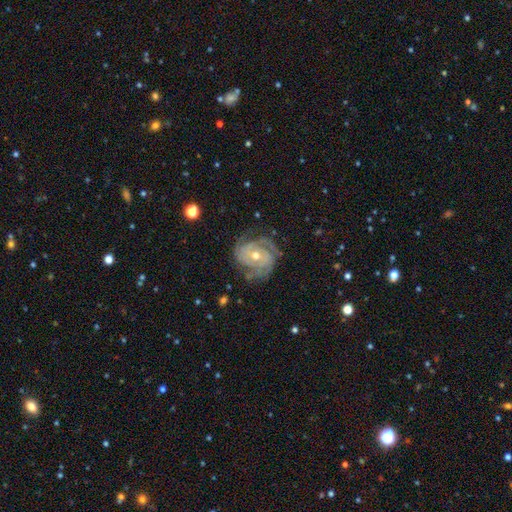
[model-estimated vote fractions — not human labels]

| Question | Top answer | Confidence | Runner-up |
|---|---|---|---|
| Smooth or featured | featured or disk | 89% | smooth (6%) |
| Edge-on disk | no | 97% | yes (3%) |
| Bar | no | 67% | weak (25%) |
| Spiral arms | yes | 97% | no (3%) |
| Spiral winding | tight | 68% | medium (26%) |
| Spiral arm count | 3 | 36% | 2 (21%) |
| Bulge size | moderate | 58% | small (38%) |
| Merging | none | 73% | minor disturbance (18%) |